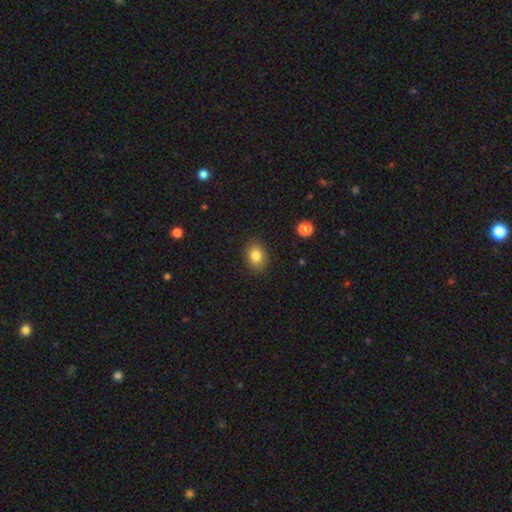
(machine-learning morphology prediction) Smooth or featured? Predicted: smooth (p=0.82). How rounded? Predicted: in between (p=0.62). Merging? Predicted: none (p=0.86).